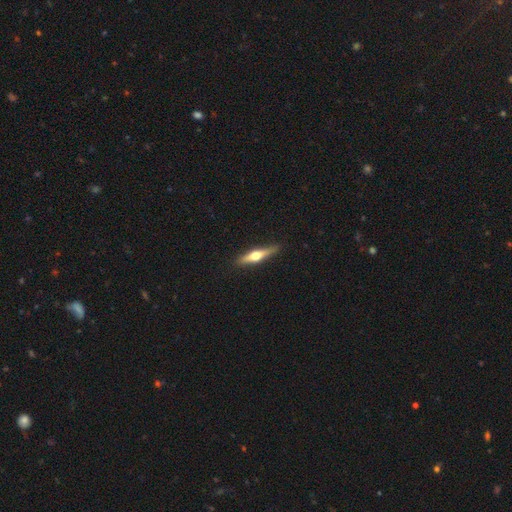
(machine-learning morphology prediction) Smooth or featured? Predicted: featured or disk (p=0.63). Edge-on disk? Predicted: yes (p=0.96). Edge-on bulge? Predicted: rounded (p=0.95). Merging? Predicted: none (p=0.89).